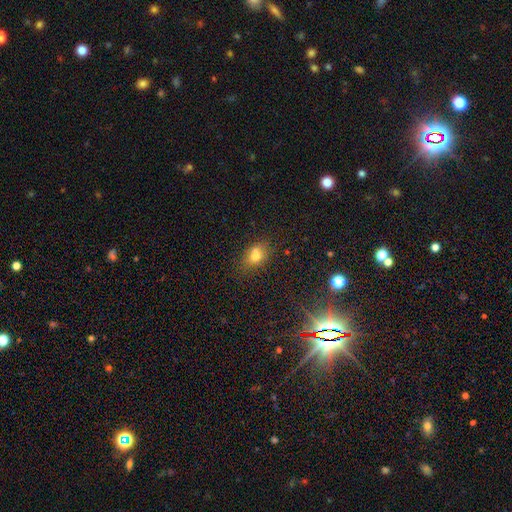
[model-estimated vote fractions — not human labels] Smooth or featured? smooth (68%)
How rounded? in between (60%)
Merging? none (58%)